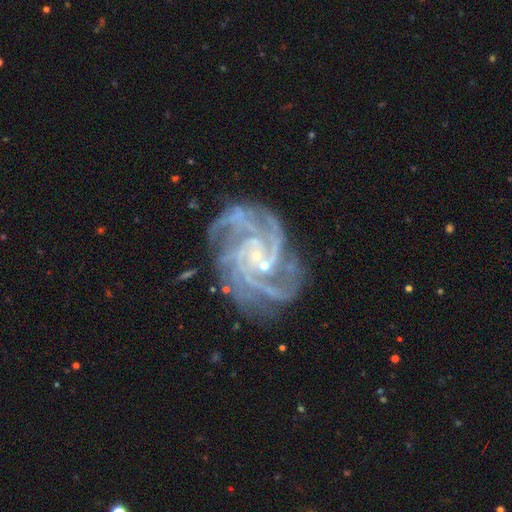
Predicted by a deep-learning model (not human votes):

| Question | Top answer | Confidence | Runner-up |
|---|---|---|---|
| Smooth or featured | featured or disk | 91% | star or artifact (6%) |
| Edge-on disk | no | 98% | yes (2%) |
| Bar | no | 60% | weak (30%) |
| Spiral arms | yes | 98% | no (2%) |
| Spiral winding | tight | 56% | medium (38%) |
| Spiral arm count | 4 | 34% | 3 (19%) |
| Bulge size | small | 84% | moderate (9%) |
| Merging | none | 69% | minor disturbance (18%) |